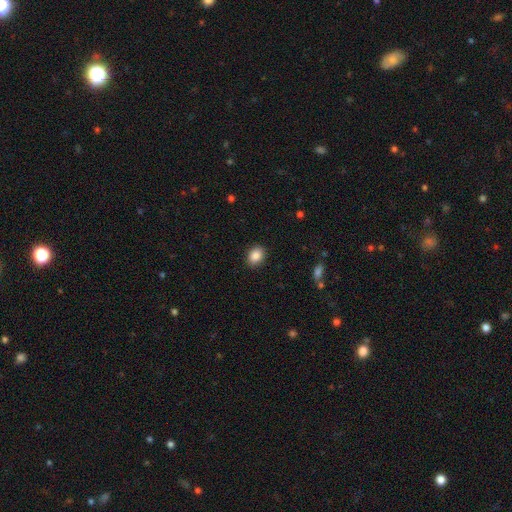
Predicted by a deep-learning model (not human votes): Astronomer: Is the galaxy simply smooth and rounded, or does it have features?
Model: smooth — 87%.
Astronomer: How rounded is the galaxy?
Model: in between — 65%.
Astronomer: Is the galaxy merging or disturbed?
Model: none — 90%.